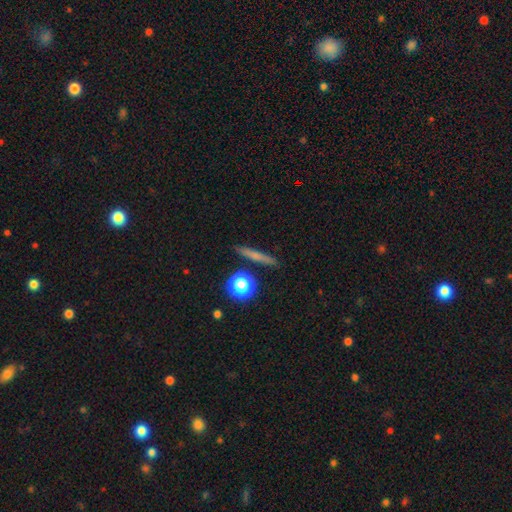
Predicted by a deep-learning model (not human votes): Smooth or featured? smooth (61%)
How rounded? cigar-shaped (80%)
Merging? none (88%)